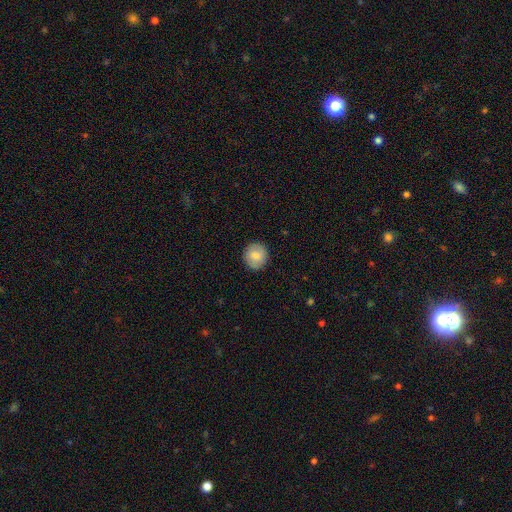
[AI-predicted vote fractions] Morphology: type=smooth (79%); roundness=round (89%); merging=none (90%).